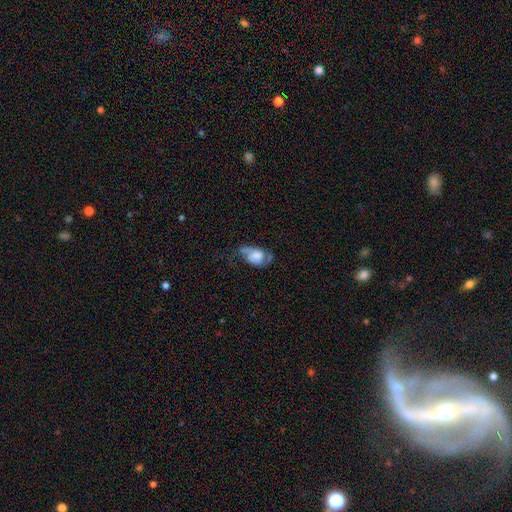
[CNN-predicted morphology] A smooth galaxy with no disk features (50%).

Vote fractions:
- Smooth or featured? smooth: 50% / featured or disk: 42% / star or artifact: 8%
- Merging? major disturbance: 36% / minor disturbance: 29% / none: 27% / merger: 7%